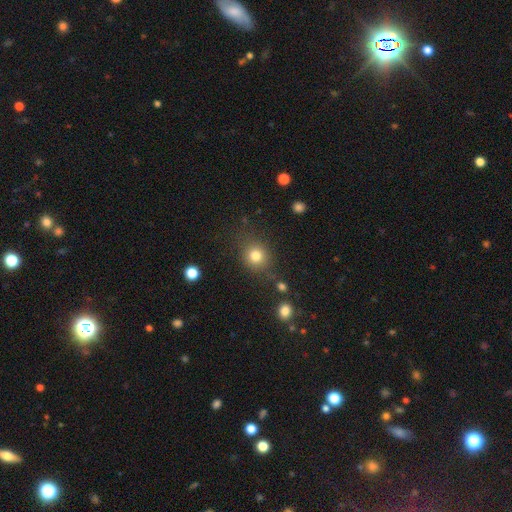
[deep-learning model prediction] Q: Smooth or featured?
A: smooth (81%); runner-up: star or artifact (12%)
Q: How rounded?
A: round (82%); runner-up: in between (17%)
Q: Merging?
A: none (77%); runner-up: minor disturbance (13%)